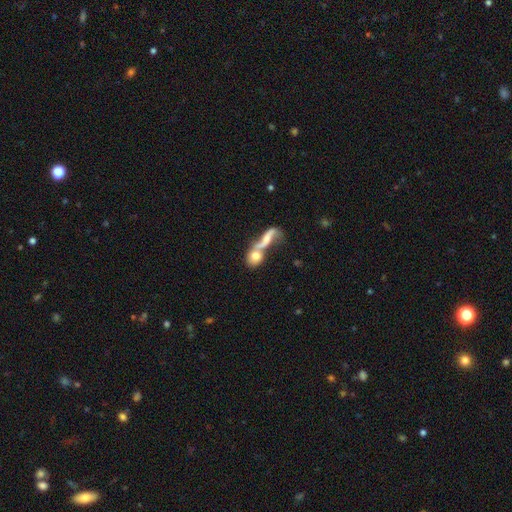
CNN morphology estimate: smooth_or_featured: smooth (p=0.60) [alt: featured or disk p=0.31]
how_rounded: round (p=0.45) [alt: in between p=0.41]
merging: merger (p=0.64) [alt: none p=0.20]